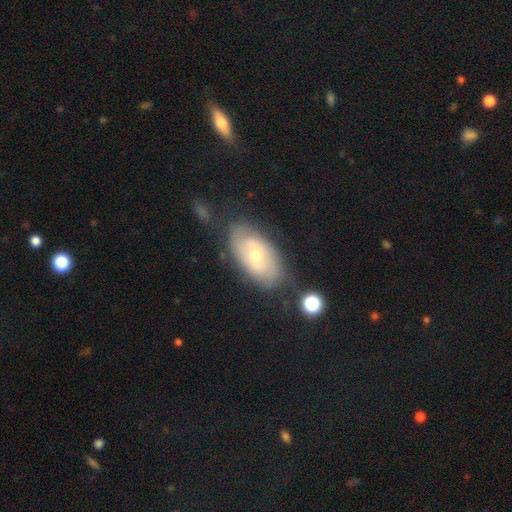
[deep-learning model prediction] Morphology: type=featured or disk (57%); edge-on=no (91%); bar=no (55%); spiral arms=yes (67%); bulge=moderate (49%); merging=none (67%).